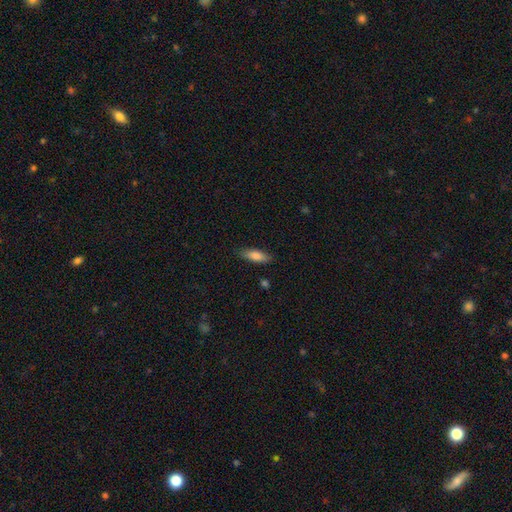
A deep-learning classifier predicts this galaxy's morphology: A smooth galaxy with no disk features (81%) that is in between round and cigar-shaped (59%).

Vote fractions:
- Smooth or featured? smooth: 81% / featured or disk: 13% / star or artifact: 6%
- How rounded? in between: 59% / cigar-shaped: 39% / round: 2%
- Merging? none: 85% / minor disturbance: 11% / major disturbance: 2% / merger: 1%